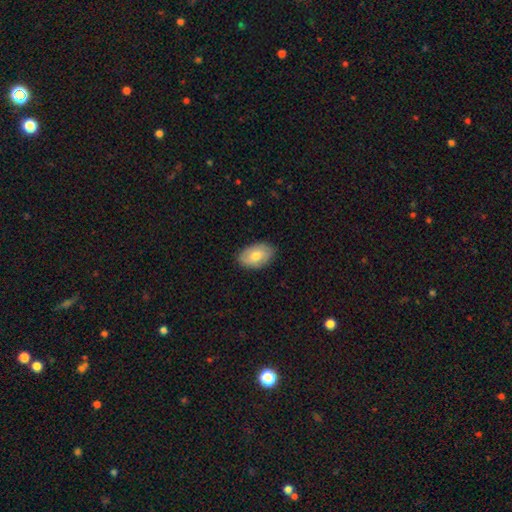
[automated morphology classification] smooth-or-featured: smooth: 73% | featured or disk: 21% | star or artifact: 6%
  how-rounded: in between: 91% | round: 8% | cigar-shaped: 1%
  merging: none: 85% | minor disturbance: 12% | major disturbance: 2% | merger: 1%